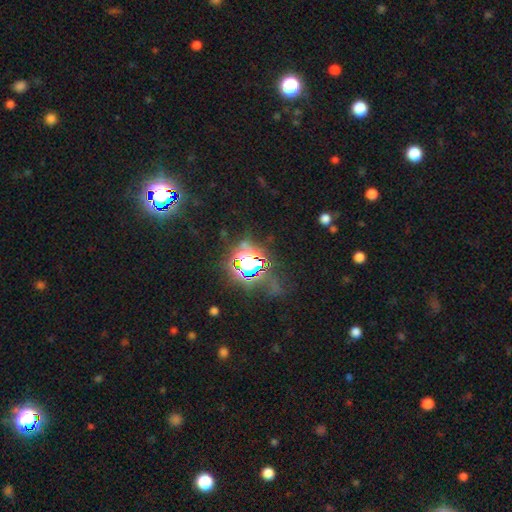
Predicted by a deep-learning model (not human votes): Morphology: type=star or artifact (72%).